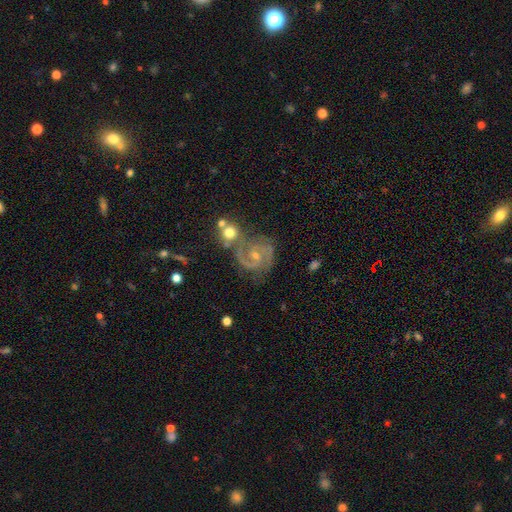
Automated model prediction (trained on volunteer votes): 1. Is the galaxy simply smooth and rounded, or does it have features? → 86% featured or disk, 8% star or artifact, 6% smooth.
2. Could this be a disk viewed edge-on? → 98% no, 2% yes.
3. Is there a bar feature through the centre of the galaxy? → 59% no, 33% weak, 8% strong.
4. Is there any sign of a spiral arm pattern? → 98% yes, 2% no.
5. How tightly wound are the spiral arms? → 47% medium, 44% tight, 9% loose.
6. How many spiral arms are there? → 81% 2, 8% 3, 5% can't tell, 3% 1, 2% 4, 2% more than 4.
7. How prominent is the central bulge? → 57% small, 39% moderate, 2% none, 1% large, 1% dominant.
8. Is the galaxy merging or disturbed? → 61% none, 16% minor disturbance, 15% merger, 8% major disturbance.